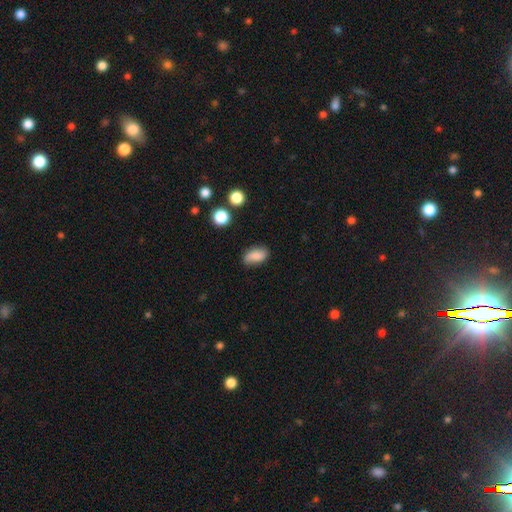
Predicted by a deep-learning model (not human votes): A smooth galaxy with no disk features (80%) that is in between round and cigar-shaped (89%).

Vote fractions:
- Smooth or featured? smooth: 80% / featured or disk: 11% / star or artifact: 9%
- How rounded? in between: 89% / round: 7% / cigar-shaped: 5%
- Merging? none: 74% / minor disturbance: 19% / major disturbance: 4% / merger: 2%